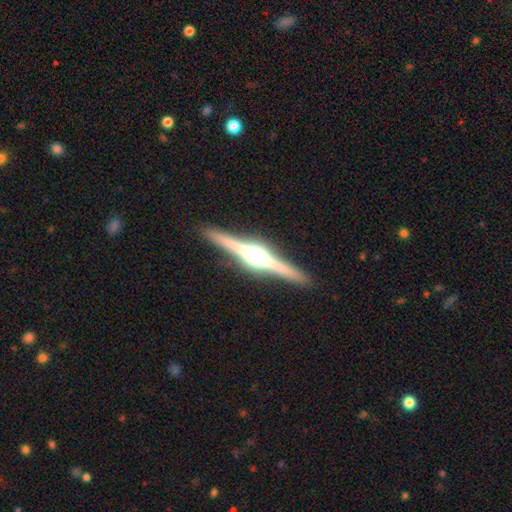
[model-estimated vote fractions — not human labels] A featured or disk galaxy (83%) viewed edge-on (98%) with a rounded central bulge (89%).

Vote fractions:
- Smooth or featured? featured or disk: 83% / smooth: 12% / star or artifact: 5%
- Edge-on disk? yes: 98% / no: 2%
- Edge-on bulge? rounded: 89% / boxy: 9% / none: 2%
- Merging? none: 90% / minor disturbance: 7% / major disturbance: 2% / merger: 1%